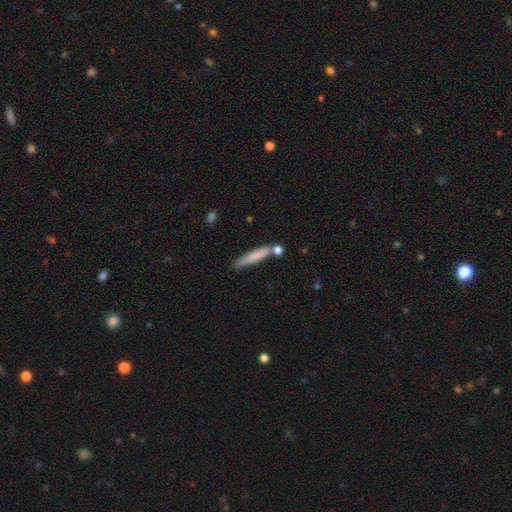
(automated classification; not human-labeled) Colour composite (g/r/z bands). It shows a smooth galaxy with no disk features (73%) that is cigar-shaped (92%). Merging: none (69%).